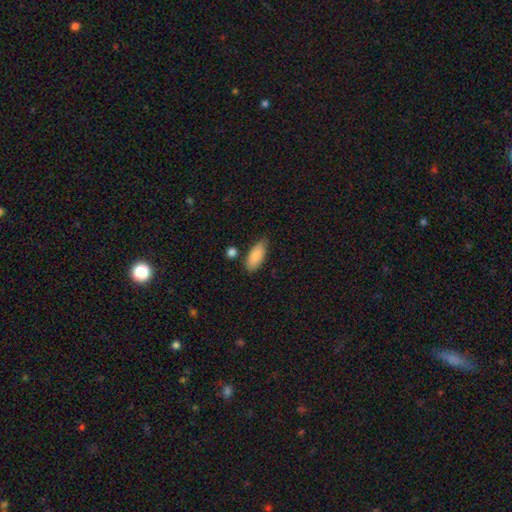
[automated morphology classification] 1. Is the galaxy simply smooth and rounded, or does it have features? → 87% smooth, 7% featured or disk, 6% star or artifact.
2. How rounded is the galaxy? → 84% in between, 14% cigar-shaped, 2% round.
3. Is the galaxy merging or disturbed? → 76% none, 16% minor disturbance, 5% merger, 3% major disturbance.